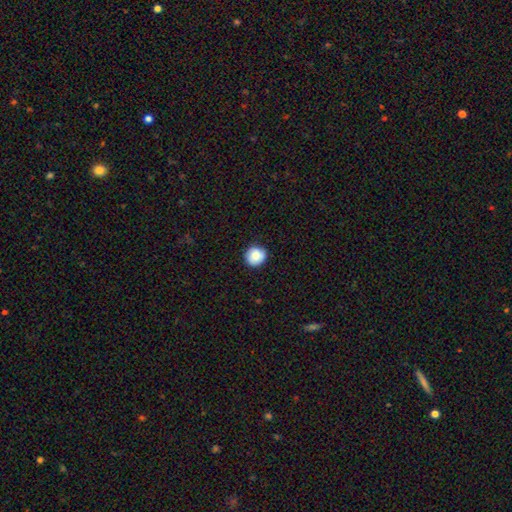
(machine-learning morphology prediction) Overall: smooth (87%). How rounded: round (90%). Merging: none (88%).